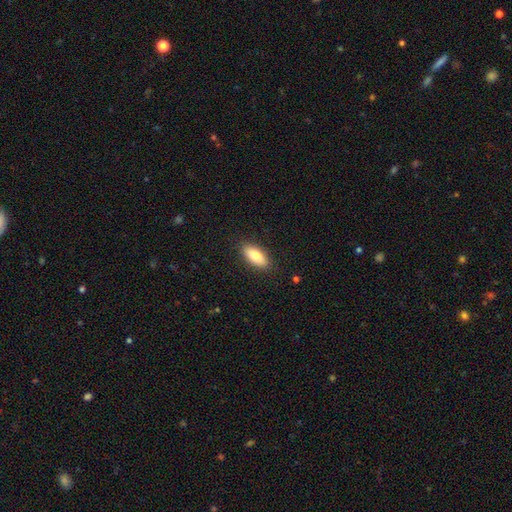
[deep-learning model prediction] Smooth or featured? Predicted: smooth (p=0.79). How rounded? Predicted: in between (p=0.85). Merging? Predicted: none (p=0.87).